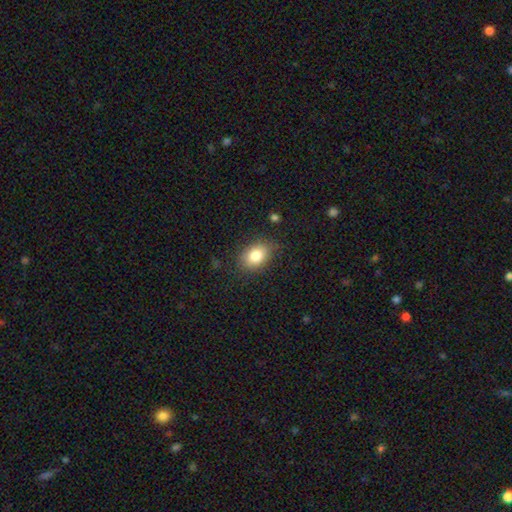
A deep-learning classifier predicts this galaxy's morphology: Smooth or featured: smooth — 83% (featured or disk — 8%)
How rounded: in between — 81% (round — 18%)
Merging: none — 79% (minor disturbance — 15%)